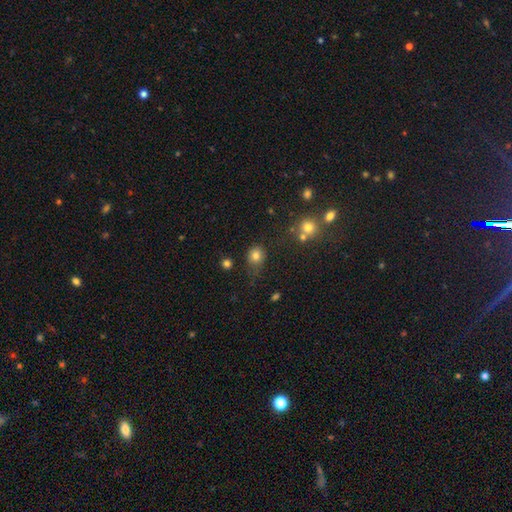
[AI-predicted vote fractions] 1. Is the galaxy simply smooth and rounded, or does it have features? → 79% smooth, 14% star or artifact, 7% featured or disk.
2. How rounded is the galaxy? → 76% round, 23% in between, 1% cigar-shaped.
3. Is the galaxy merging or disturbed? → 69% none, 21% minor disturbance, 6% major disturbance, 4% merger.